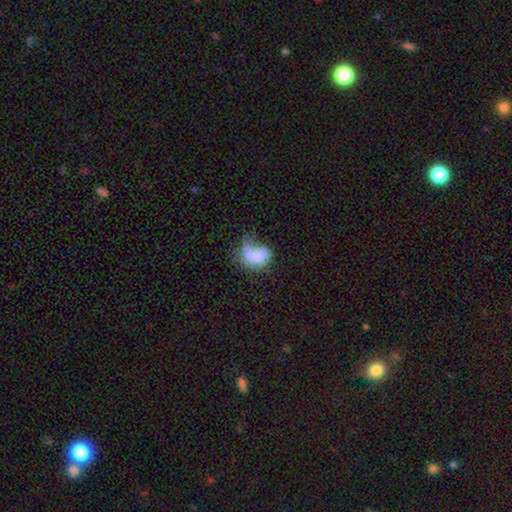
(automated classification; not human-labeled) Smooth or featured? Predicted: smooth (p=0.56). How rounded? Predicted: in between (p=0.75). Merging? Predicted: major disturbance (p=0.49).